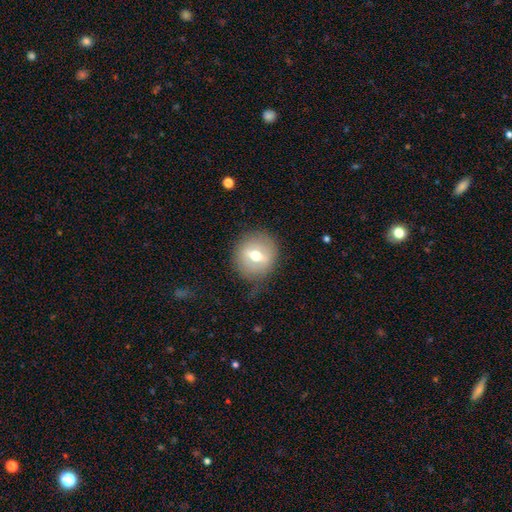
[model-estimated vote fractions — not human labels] Overall: smooth (46%; featured or disk 45%). Merging: none (77%).